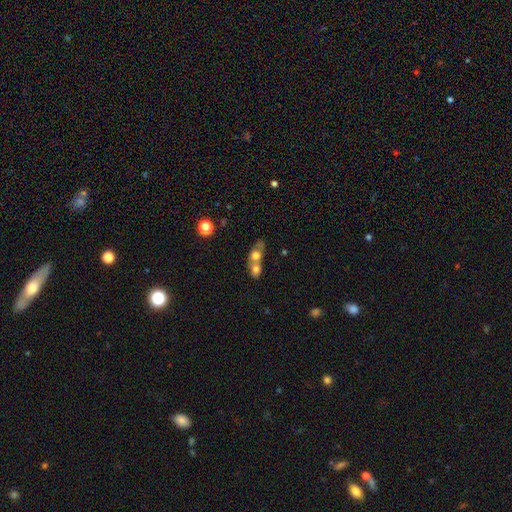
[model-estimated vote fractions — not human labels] Smooth or featured: smooth — 66% (featured or disk — 23%)
How rounded: round — 54% (in between — 42%)
Merging: merger — 72% (none — 19%)